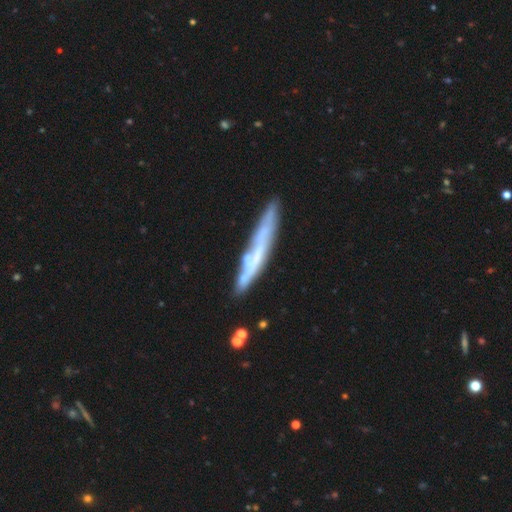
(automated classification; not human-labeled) A featured or disk galaxy (57%) viewed edge-on (80%).

Vote fractions:
- Smooth or featured? featured or disk: 57% / smooth: 35% / star or artifact: 8%
- Edge-on disk? yes: 80% / no: 20%
- Merging? none: 72% / minor disturbance: 18% / merger: 5% / major disturbance: 5%